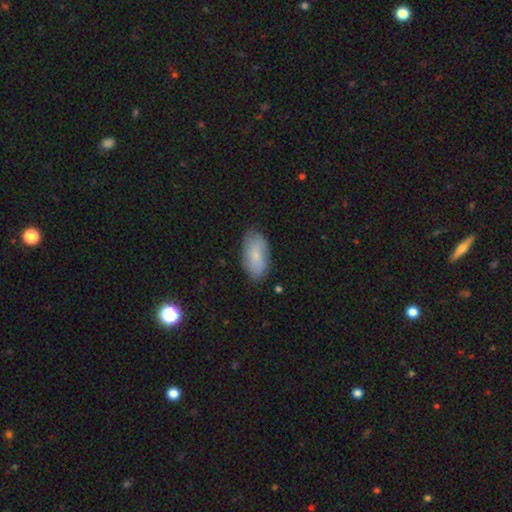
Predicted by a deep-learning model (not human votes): smooth-or-featured: smooth: 77% | featured or disk: 17% | star or artifact: 7%
  how-rounded: in between: 93% | cigar-shaped: 4% | round: 3%
  merging: none: 78% | minor disturbance: 18% | major disturbance: 3% | merger: 1%